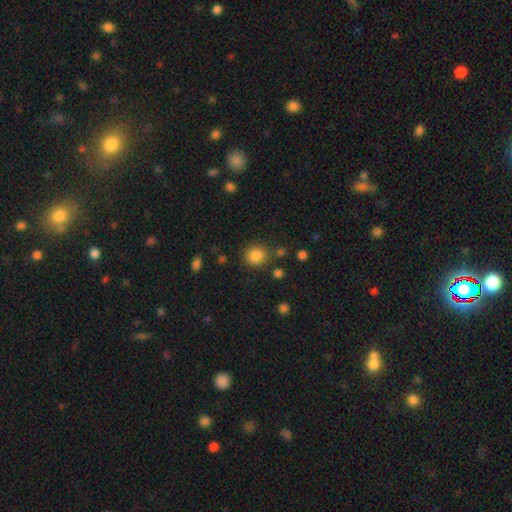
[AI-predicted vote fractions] Morphology: type=smooth (85%); roundness=round (86%); merging=none (82%).